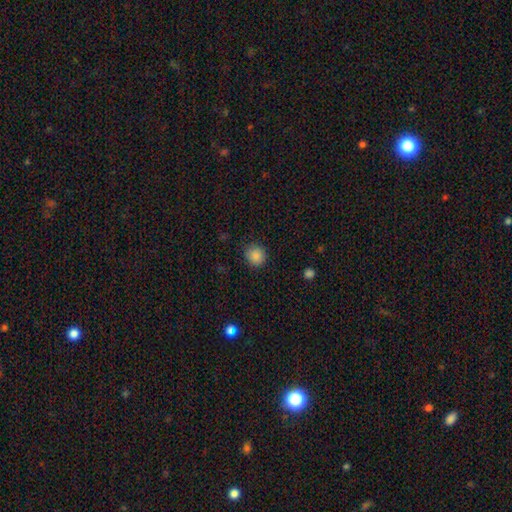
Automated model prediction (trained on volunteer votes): The model was most divided on "smooth or featured": smooth: 86%, star or artifact: 10%, featured or disk: 4%. More confident: how rounded — round (90%); merging — none (89%).